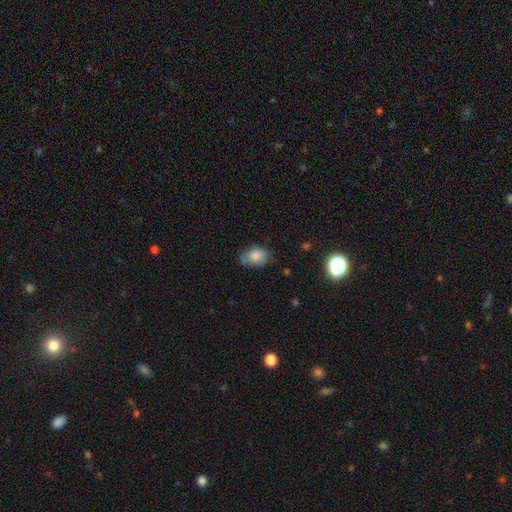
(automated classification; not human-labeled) Smooth or featured: smooth — 81% (featured or disk — 10%)
How rounded: in between — 81% (round — 17%)
Merging: none — 59% (minor disturbance — 30%)